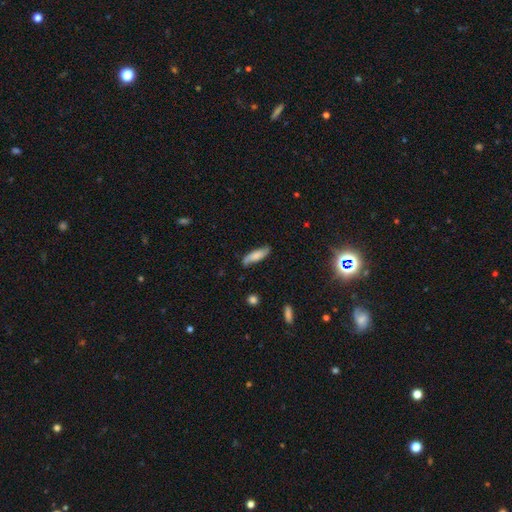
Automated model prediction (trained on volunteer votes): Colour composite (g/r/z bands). It shows a smooth galaxy with no disk features (65%) that is cigar-shaped (57%). Merging: none (73%).